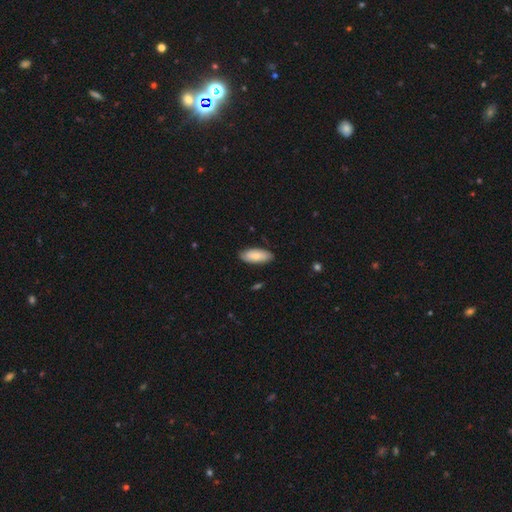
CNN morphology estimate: type=smooth (75%); roundness=in between (85%); merging=none (85%).